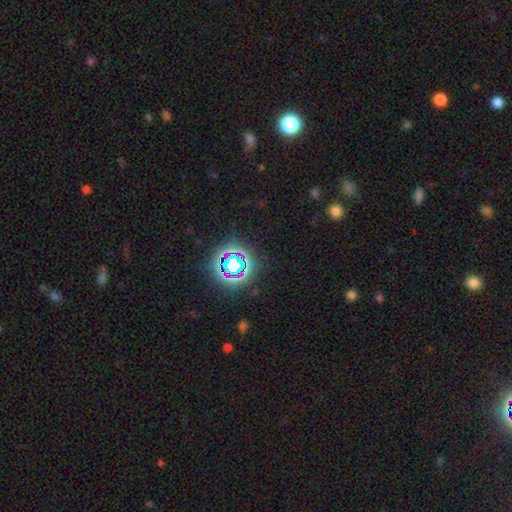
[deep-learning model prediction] Overall: star or artifact (76%).